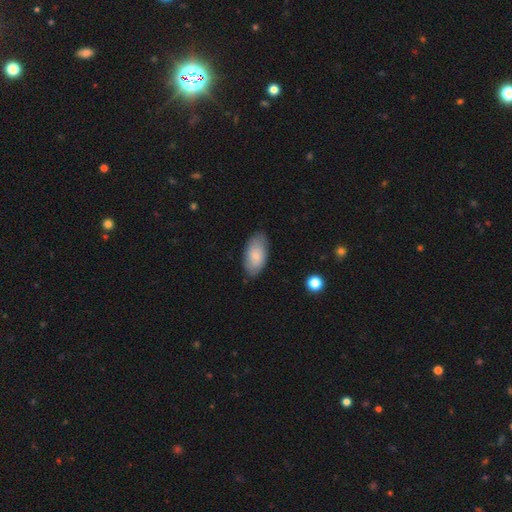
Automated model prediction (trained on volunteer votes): A smooth galaxy with no disk features (77%) that is in between round and cigar-shaped (94%).

Vote fractions:
- Smooth or featured? smooth: 77% / featured or disk: 17% / star or artifact: 6%
- How rounded? in between: 94% / cigar-shaped: 3% / round: 3%
- Merging? none: 79% / minor disturbance: 17% / major disturbance: 3% / merger: 1%